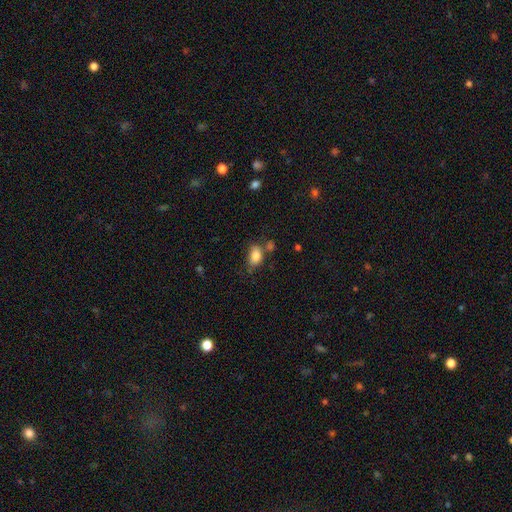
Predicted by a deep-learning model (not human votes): This appears to be a smooth galaxy with no disk features (83%) that is in between round and cigar-shaped (86%). Merging: none (59%).